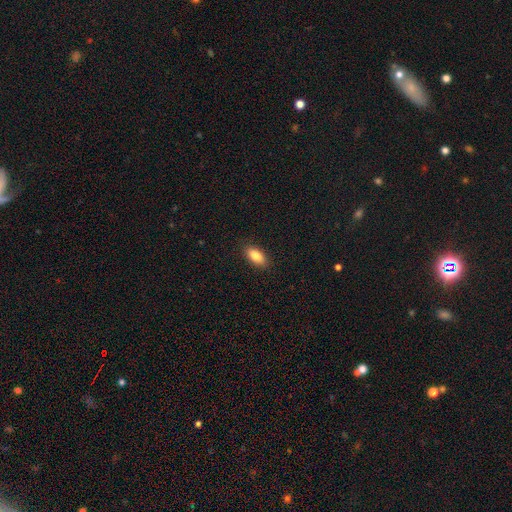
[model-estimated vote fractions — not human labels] smooth-or-featured: smooth: 86% | star or artifact: 7% | featured or disk: 7%
  how-rounded: in between: 90% | cigar-shaped: 7% | round: 3%
  merging: none: 88% | minor disturbance: 9% | major disturbance: 2% | merger: 1%